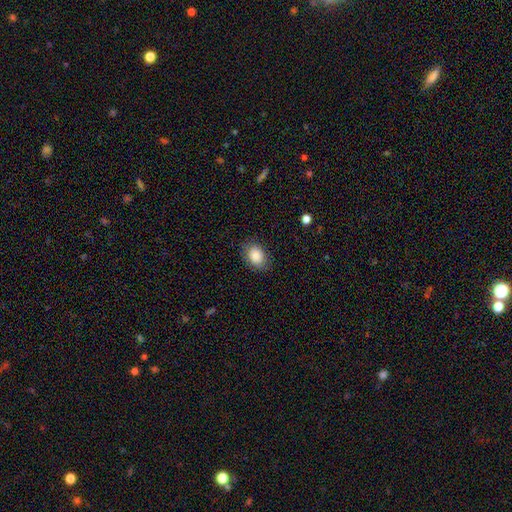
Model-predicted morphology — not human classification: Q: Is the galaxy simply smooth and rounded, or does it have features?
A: smooth — 87%.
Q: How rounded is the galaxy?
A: in between — 71%.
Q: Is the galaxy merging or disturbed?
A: none — 84%.